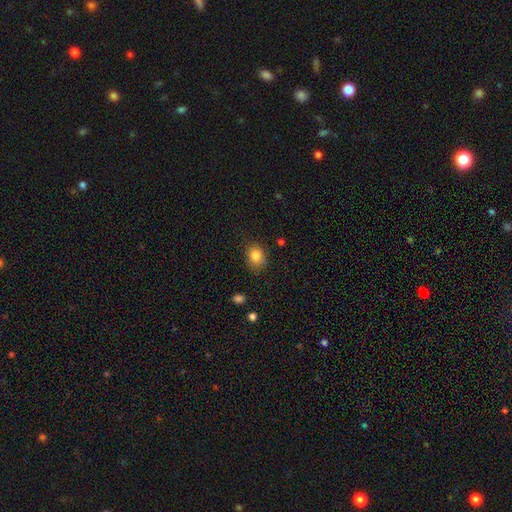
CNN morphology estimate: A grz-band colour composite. It shows a smooth galaxy with no disk features (83%) that is in between round and cigar-shaped (51%). Merging: none (80%).